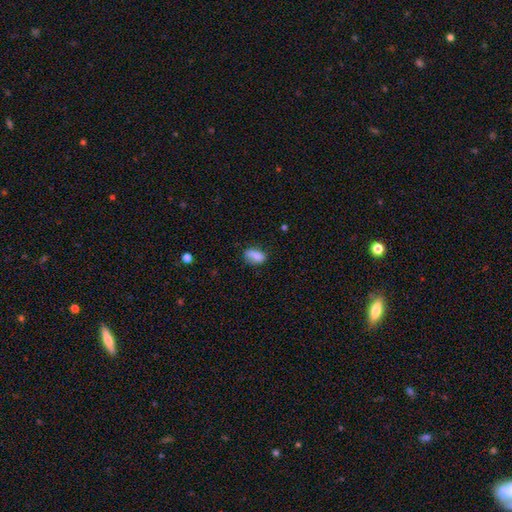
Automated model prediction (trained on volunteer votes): Morphology: type=smooth (84%); roundness=in between (86%); merging=none (63%).